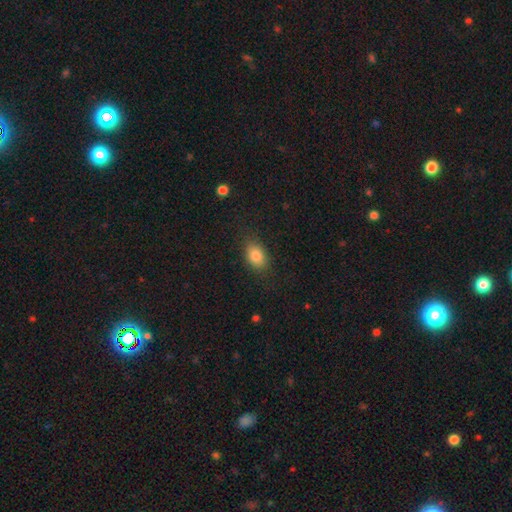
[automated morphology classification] This appears to be a smooth galaxy with no disk features (84%) that is in between round and cigar-shaped (80%). Merging: none (80%).